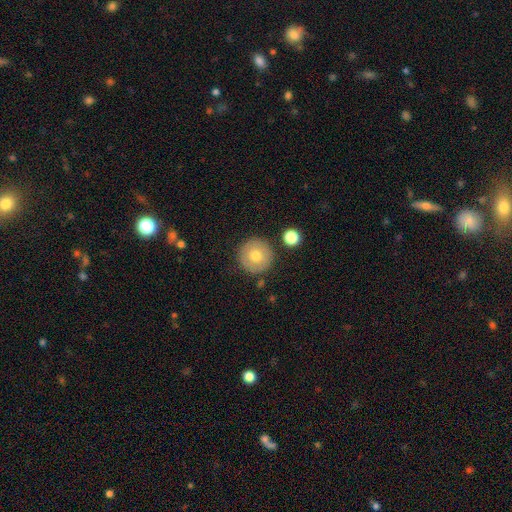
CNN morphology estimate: Smooth or featured? smooth (73%)
How rounded? round (96%)
Merging? none (88%)